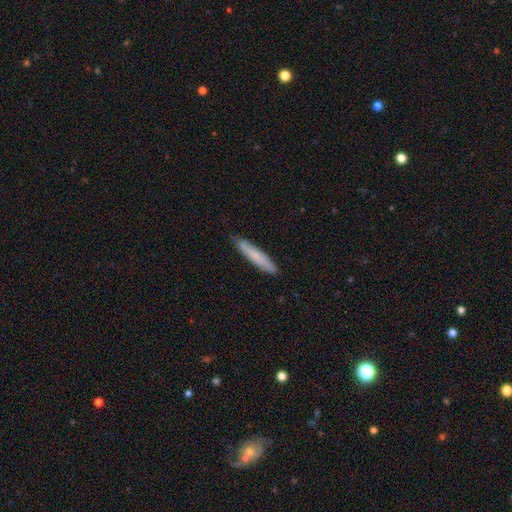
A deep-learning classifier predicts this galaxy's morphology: A smooth galaxy with no disk features (65%) that is cigar-shaped (89%).

Vote fractions:
- Smooth or featured? smooth: 65% / featured or disk: 29% / star or artifact: 6%
- How rounded? cigar-shaped: 89% / in between: 10% / round: 1%
- Merging? none: 84% / minor disturbance: 13% / major disturbance: 2% / merger: 1%